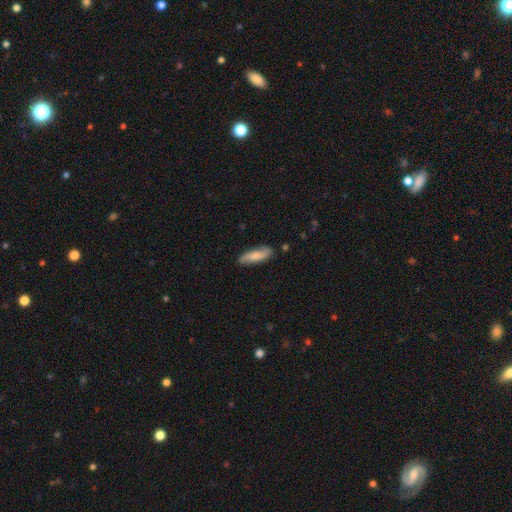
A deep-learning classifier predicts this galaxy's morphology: type=smooth (60%); roundness=cigar-shaped (51%); merging=none (82%).